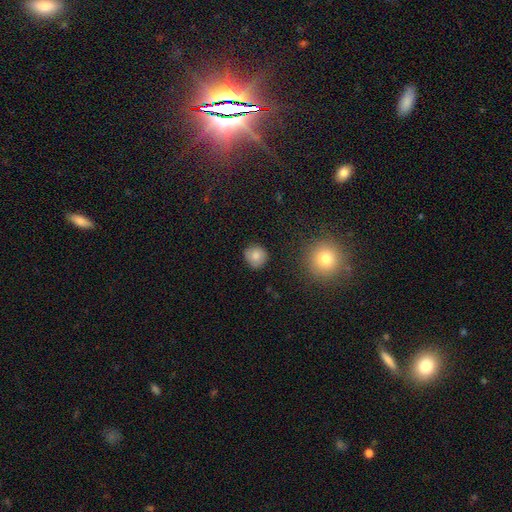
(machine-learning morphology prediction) Smooth or featured: smooth — 81% (star or artifact — 10%)
How rounded: round — 89% (in between — 10%)
Merging: none — 83% (minor disturbance — 13%)